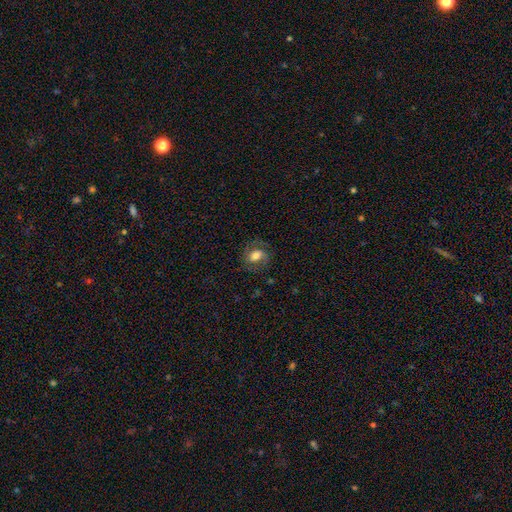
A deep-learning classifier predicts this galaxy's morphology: Overall: smooth (50%; featured or disk 40%). How rounded: in between (58%; round 41%). Merging: none (69%).